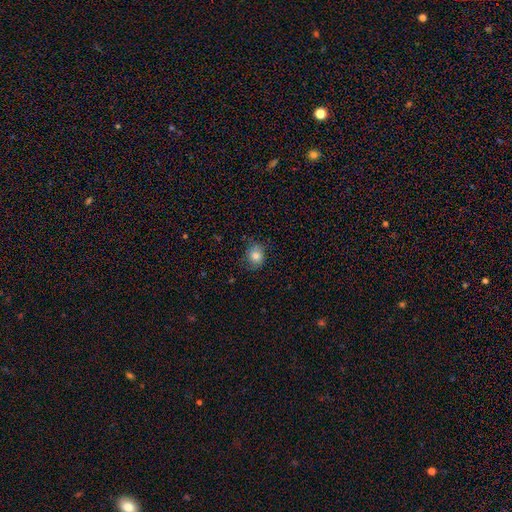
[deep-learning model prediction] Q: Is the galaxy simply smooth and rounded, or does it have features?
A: smooth — 82%.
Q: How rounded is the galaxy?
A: round — 65%.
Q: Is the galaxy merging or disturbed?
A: none — 78%.